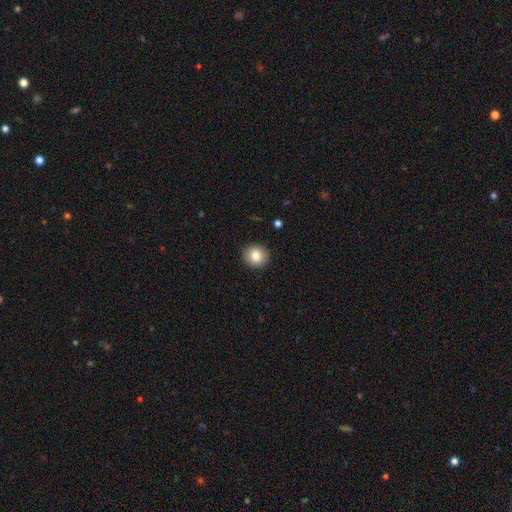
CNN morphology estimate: This is clearly a smooth galaxy (84%). How rounded: clearly round (85%). Merging: clearly none (91%).